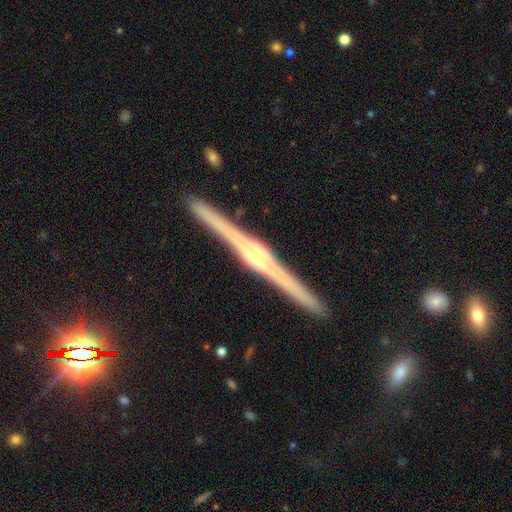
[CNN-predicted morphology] A featured or disk galaxy (88%) viewed edge-on (99%) with a rounded central bulge (64%). Merging: none (92%).